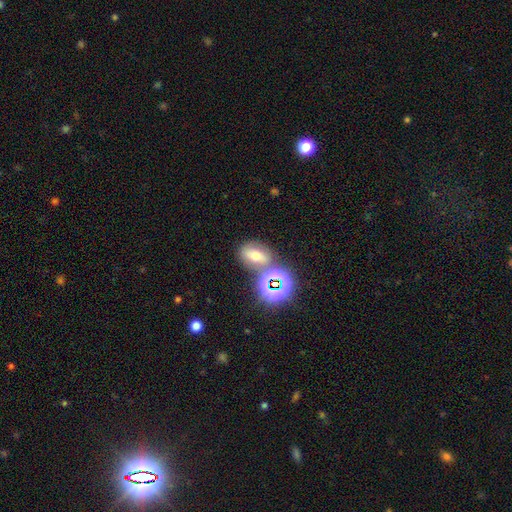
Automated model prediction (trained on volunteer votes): smooth-or-featured: smooth: 51% | star or artifact: 30% | featured or disk: 19%
  how-rounded: in between: 63% | round: 35% | cigar-shaped: 3%
  merging: none: 60% | merger: 22% | minor disturbance: 12% | major disturbance: 5%